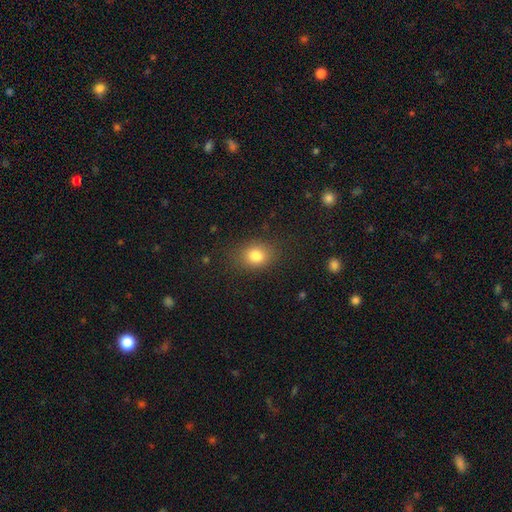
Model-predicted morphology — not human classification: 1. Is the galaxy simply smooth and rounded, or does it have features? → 82% smooth, 11% star or artifact, 8% featured or disk.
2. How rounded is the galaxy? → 58% in between, 41% round, 1% cigar-shaped.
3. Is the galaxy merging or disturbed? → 78% none, 15% minor disturbance, 5% major disturbance, 2% merger.